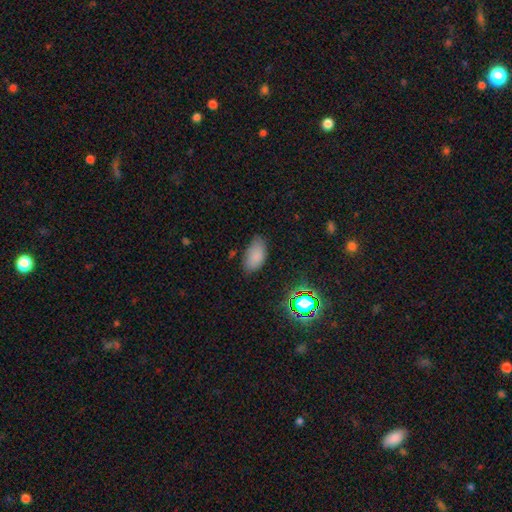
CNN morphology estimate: smooth-or-featured: smooth: 81% | star or artifact: 12% | featured or disk: 7%
  how-rounded: in between: 94% | round: 4% | cigar-shaped: 3%
  merging: none: 72% | minor disturbance: 21% | major disturbance: 5% | merger: 2%